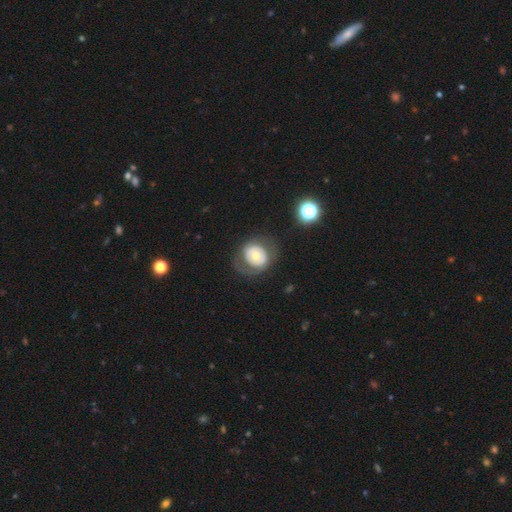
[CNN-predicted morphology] smooth-or-featured: smooth: 47% | featured or disk: 46% | star or artifact: 8%
  merging: none: 67% | minor disturbance: 15% | major disturbance: 15% | merger: 2%